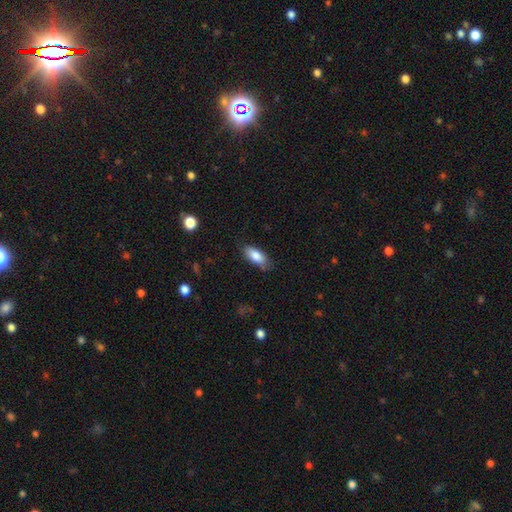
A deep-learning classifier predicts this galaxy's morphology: A smooth galaxy with no disk features (83%) that is in between round and cigar-shaped (83%). Merging: none (74%).